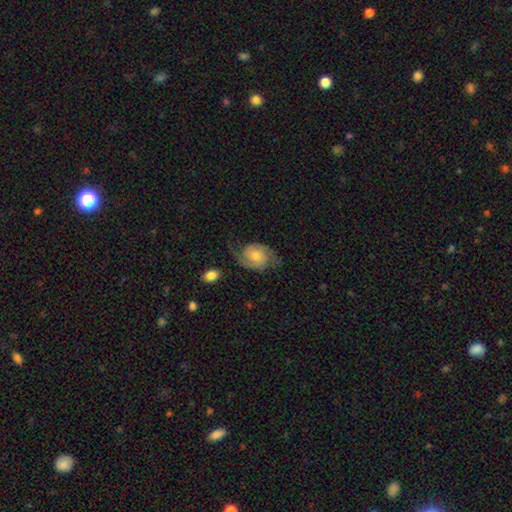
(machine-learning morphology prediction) Smooth or featured? featured or disk (80%)
Edge-on disk? no (97%)
Bar? no (69%)
Spiral arms? yes (96%)
Spiral winding? medium (47%)
Spiral arm count? 2 (90%)
Bulge size? moderate (55%)
Merging? none (71%)